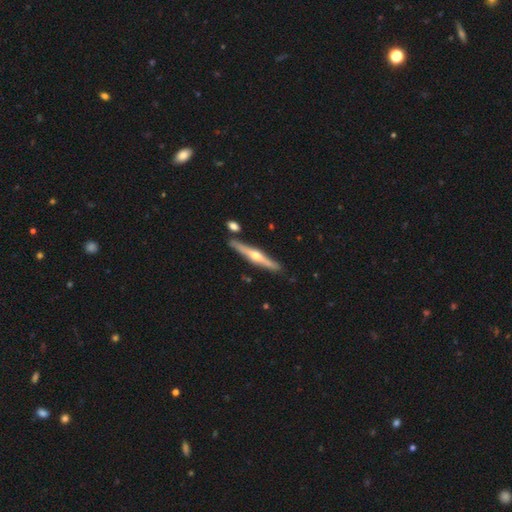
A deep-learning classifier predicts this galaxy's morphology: A featured or disk galaxy (72%) viewed edge-on (97%) with a rounded central bulge (91%).

Vote fractions:
- Smooth or featured? featured or disk: 72% / smooth: 23% / star or artifact: 5%
- Edge-on disk? yes: 97% / no: 3%
- Edge-on bulge? rounded: 91% / none: 6% / boxy: 3%
- Merging? none: 85% / minor disturbance: 9% / merger: 5% / major disturbance: 2%